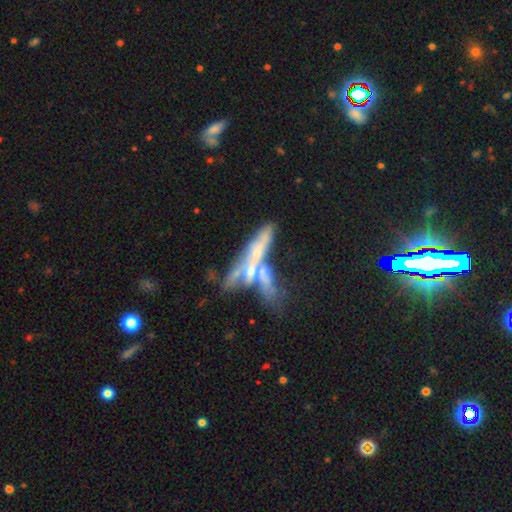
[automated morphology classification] type=featured or disk (59%); edge-on=yes (60%); merging=merger (49%).